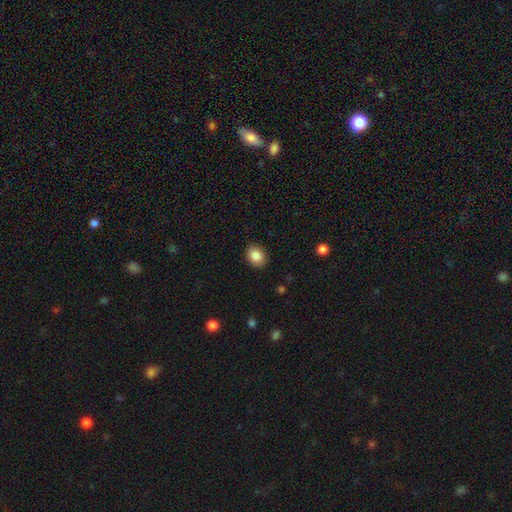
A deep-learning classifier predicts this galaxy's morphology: A smooth galaxy with no disk features (86%) that is in between round and cigar-shaped (54%).

Vote fractions:
- Smooth or featured? smooth: 86% / star or artifact: 8% / featured or disk: 6%
- How rounded? in between: 54% / round: 45% / cigar-shaped: 1%
- Merging? none: 88% / minor disturbance: 9% / major disturbance: 2% / merger: 1%